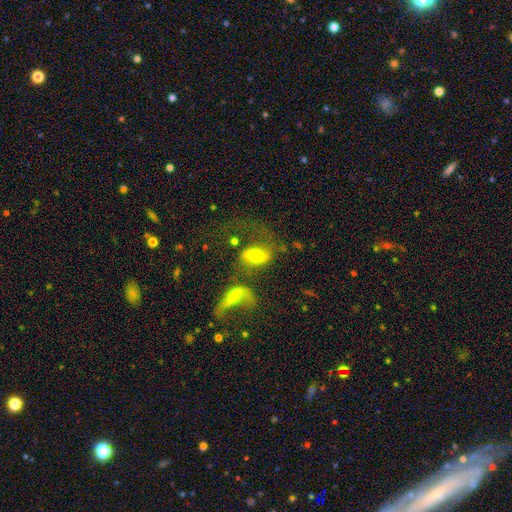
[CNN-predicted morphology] smooth_or_featured: featured or disk (p=0.48) [alt: smooth p=0.41]
merging: merger (p=0.42) [alt: none p=0.27]